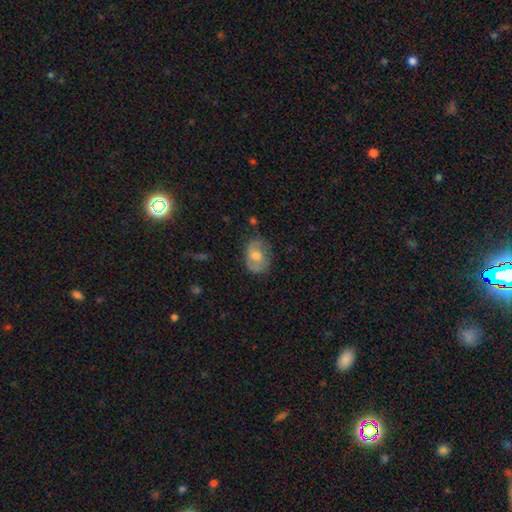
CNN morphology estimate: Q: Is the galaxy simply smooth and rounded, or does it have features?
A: smooth — 52%.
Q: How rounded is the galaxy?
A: in between — 66%.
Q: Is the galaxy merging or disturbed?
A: none — 69%.